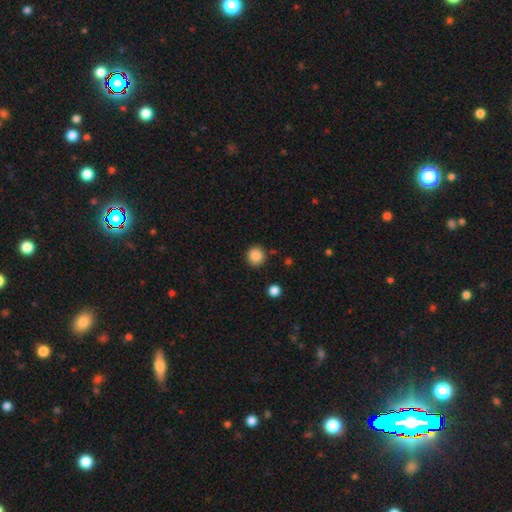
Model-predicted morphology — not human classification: type=smooth (87%); roundness=round (91%); merging=none (88%).